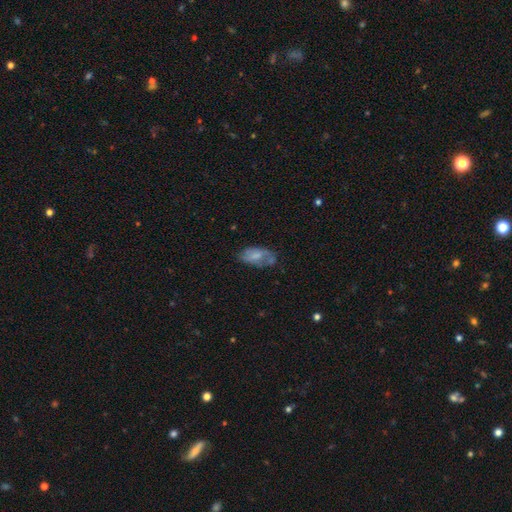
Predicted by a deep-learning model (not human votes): Q: Smooth or featured?
A: smooth (57%); runner-up: featured or disk (35%)
Q: How rounded?
A: in between (89%); runner-up: cigar-shaped (8%)
Q: Merging?
A: none (51%); runner-up: minor disturbance (30%)